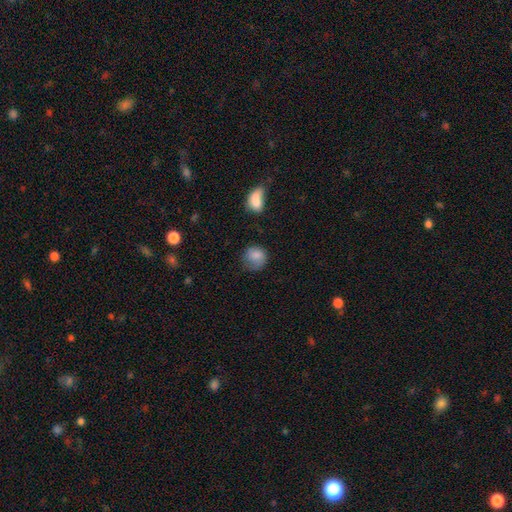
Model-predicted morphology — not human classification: Smooth or featured: smooth — 82% (featured or disk — 9%)
How rounded: round — 77% (in between — 22%)
Merging: none — 52% (minor disturbance — 29%)